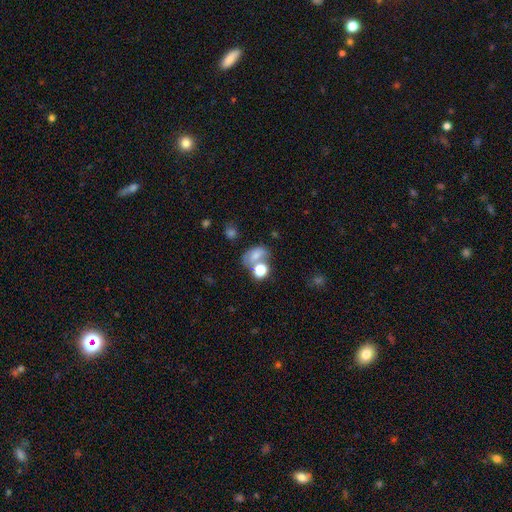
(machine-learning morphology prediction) type=smooth (65%); roundness=in between (64%); merging=merger (42%).